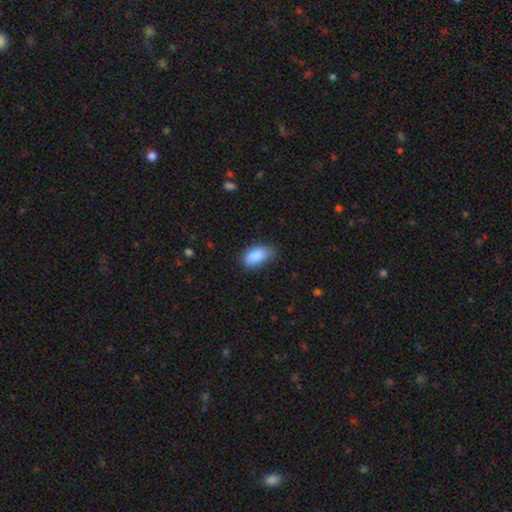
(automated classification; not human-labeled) This is clearly a smooth galaxy (88%). How rounded: clearly in between (93%). Merging: likely none (65%).